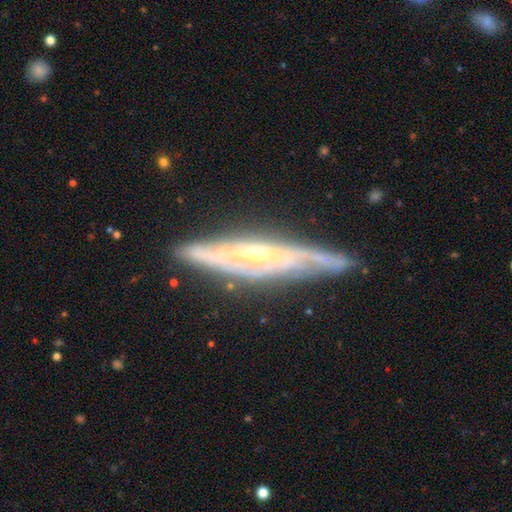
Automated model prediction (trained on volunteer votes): smooth_or_featured: featured or disk (p=0.85) [alt: smooth p=0.09]
disk_edge_on: yes (p=0.69) [alt: no p=0.31]
edge_on_bulge: rounded (p=0.57) [alt: none p=0.32]
merging: none (p=0.73) [alt: minor disturbance p=0.19]